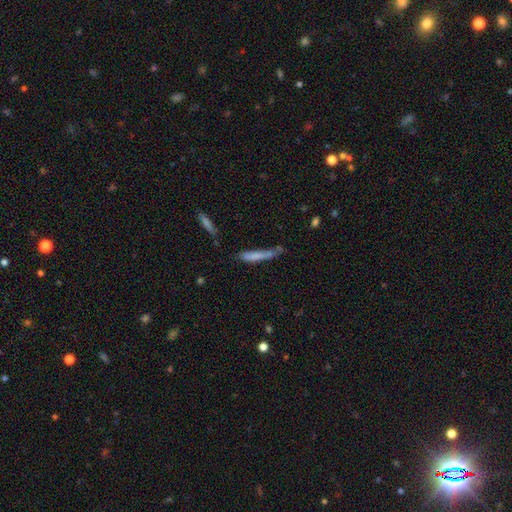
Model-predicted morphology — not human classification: Overall: smooth (69%). How rounded: cigar-shaped (92%). Merging: none (51%; minor disturbance 28%).